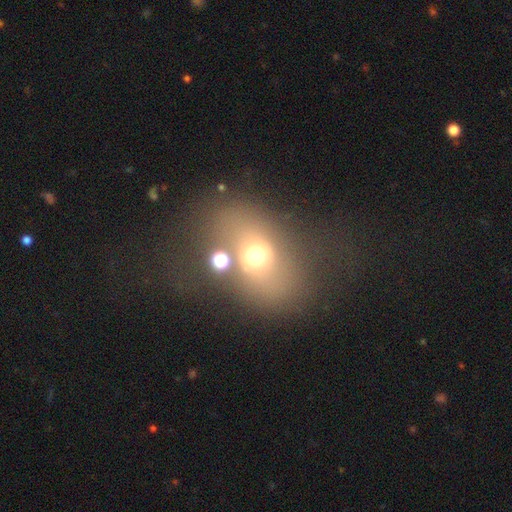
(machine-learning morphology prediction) Smooth or featured?
  - smooth: 56% *
  - featured or disk: 27%
  - star or artifact: 18%
How rounded?
  - in between: 63% *
  - round: 35%
  - cigar-shaped: 2%
Merging?
  - none: 54% *
  - minor disturbance: 16%
  - merger: 16%
  - major disturbance: 14%